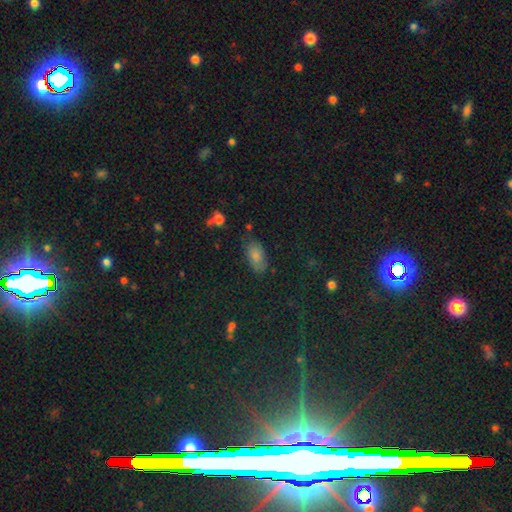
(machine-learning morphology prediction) Q: Smooth or featured?
A: smooth (79%); runner-up: star or artifact (12%)
Q: How rounded?
A: in between (91%); runner-up: round (5%)
Q: Merging?
A: none (73%); runner-up: minor disturbance (19%)